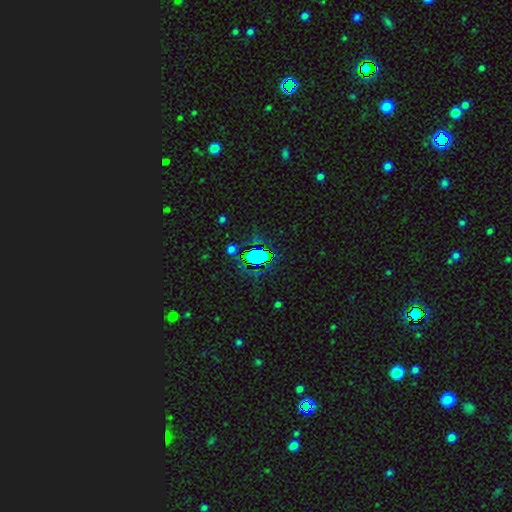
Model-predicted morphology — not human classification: A star or artifact, not a galaxy (62%).

Vote fractions:
- Smooth or featured? star or artifact: 62% / smooth: 26% / featured or disk: 12%